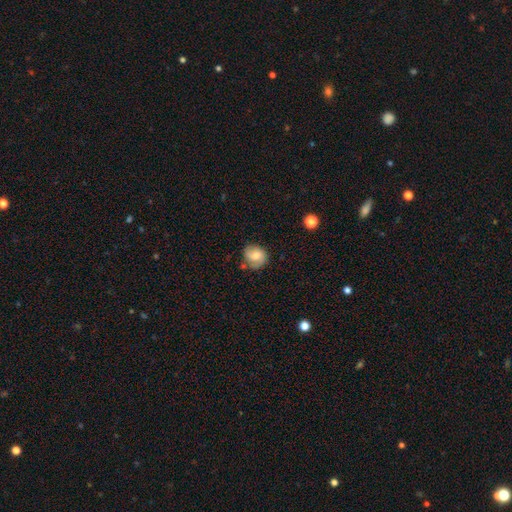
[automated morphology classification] smooth-or-featured: smooth: 55% | featured or disk: 37% | star or artifact: 9%
  how-rounded: round: 66% | in between: 33% | cigar-shaped: 1%
  merging: none: 59% | minor disturbance: 27% | major disturbance: 9% | merger: 5%